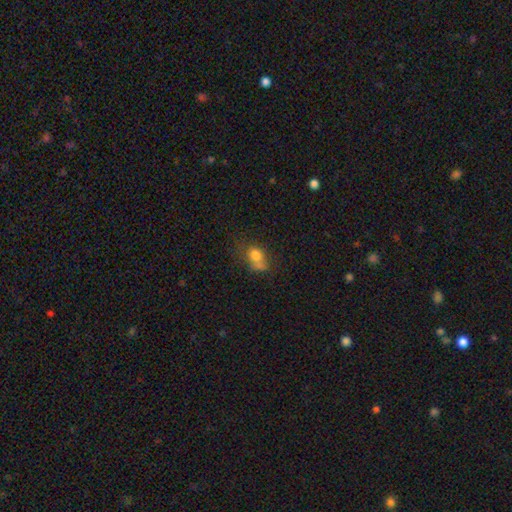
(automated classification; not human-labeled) Smooth or featured? Predicted: smooth (p=0.73). How rounded? Predicted: round (p=0.54). Merging? Predicted: none (p=0.35).